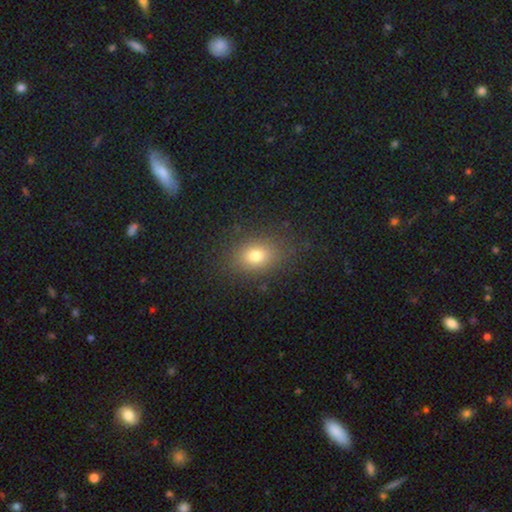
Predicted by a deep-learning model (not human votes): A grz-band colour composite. It shows a smooth galaxy with no disk features (77%) that is in between round and cigar-shaped (67%). Merging: none (84%).